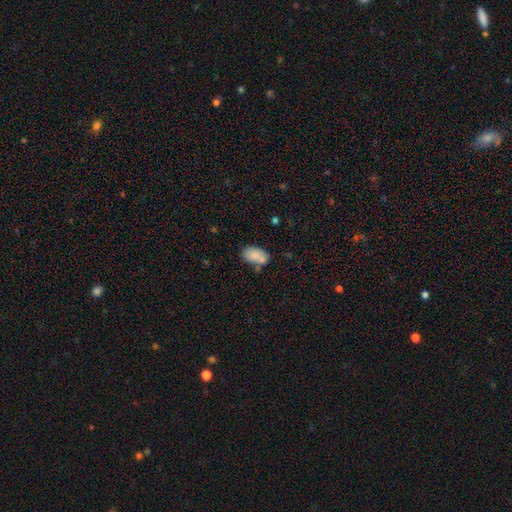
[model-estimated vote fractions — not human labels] This appears to be a smooth galaxy with no disk features (83%) that is in between round and cigar-shaped (92%). Merging: none (54%).